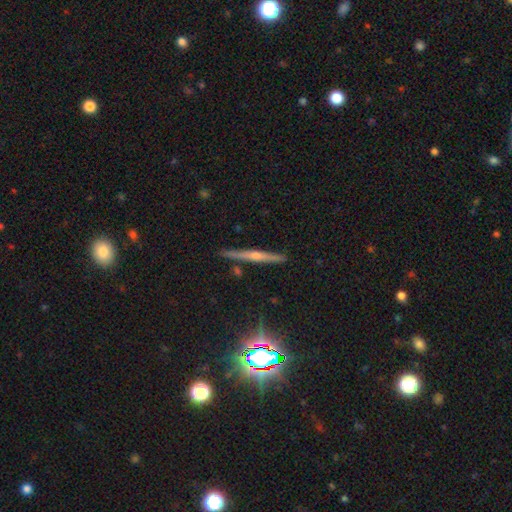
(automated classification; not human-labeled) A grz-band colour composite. It shows a featured or disk galaxy (64%) viewed edge-on (97%) with a rounded central bulge (71%). Merging: none (89%).